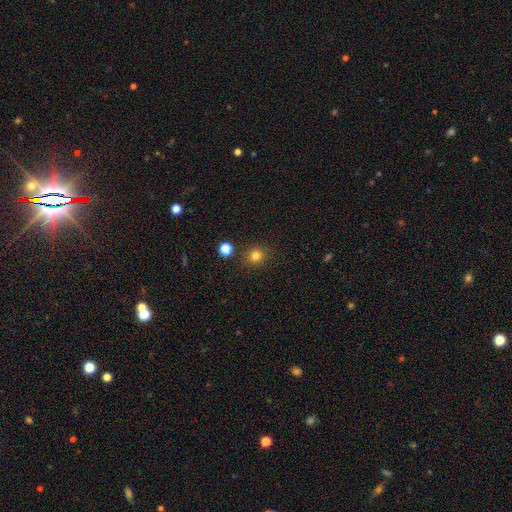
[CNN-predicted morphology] The model was most divided on "smooth or featured": smooth: 80%, star or artifact: 15%, featured or disk: 5%. More confident: how rounded — round (91%); merging — none (87%).